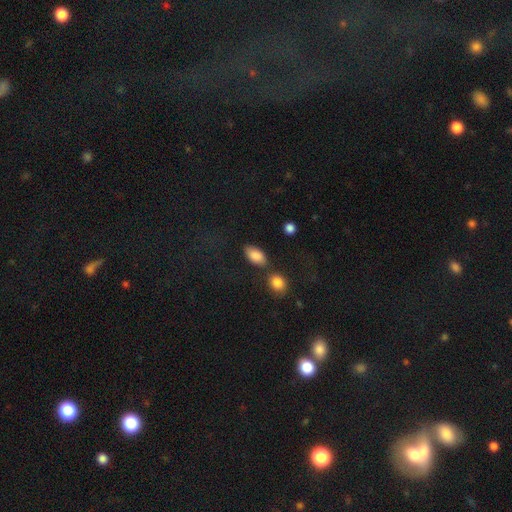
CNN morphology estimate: Q: Smooth or featured?
A: smooth (86%); runner-up: star or artifact (7%)
Q: How rounded?
A: in between (92%); runner-up: round (5%)
Q: Merging?
A: none (65%); runner-up: merger (15%)